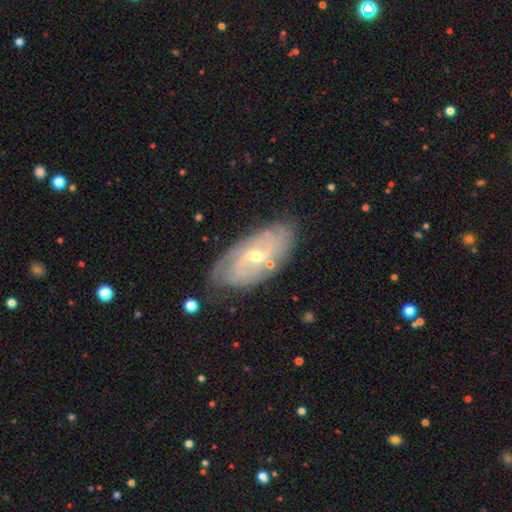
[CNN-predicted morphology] Smooth or featured? Predicted: featured or disk (p=0.77). Edge-on disk? Predicted: no (p=0.91). Bar? Predicted: weak (p=0.44). Spiral arms? Predicted: yes (p=0.86). Spiral winding? Predicted: tight (p=0.54). Spiral arm count? Predicted: can't tell (p=0.40). Bulge size? Predicted: small (p=0.56). Merging? Predicted: none (p=0.75).